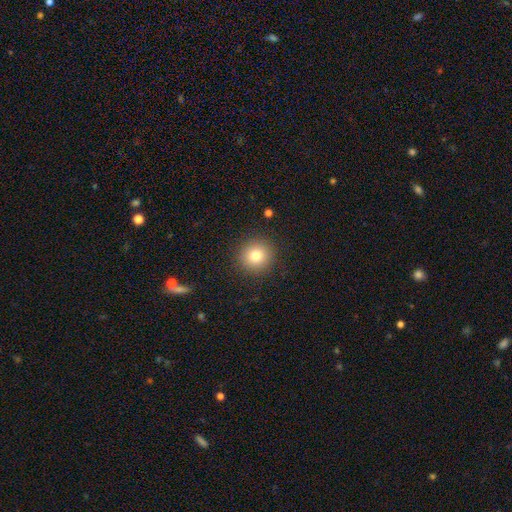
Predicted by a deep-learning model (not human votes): This appears to be a smooth galaxy with no disk features (79%) that is round (94%). Merging: none (90%).